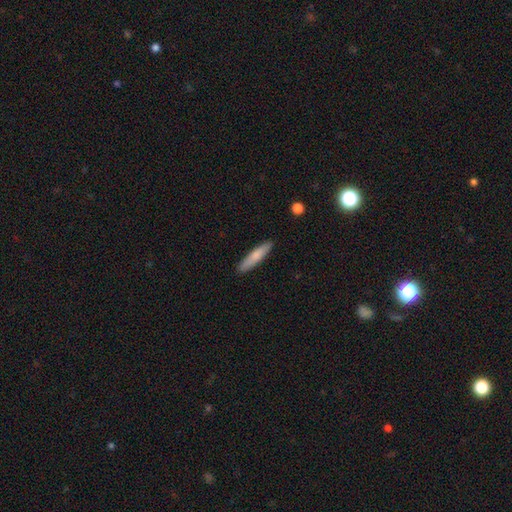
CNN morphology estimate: type=smooth (75%); roundness=cigar-shaped (87%); merging=none (90%).